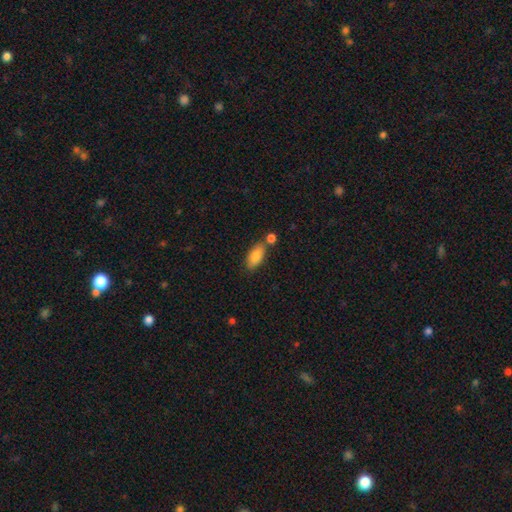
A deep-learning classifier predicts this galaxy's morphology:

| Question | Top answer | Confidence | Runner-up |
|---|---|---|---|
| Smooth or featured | smooth | 84% | featured or disk (9%) |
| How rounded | in between | 87% | cigar-shaped (10%) |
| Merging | none | 65% | merger (17%) |